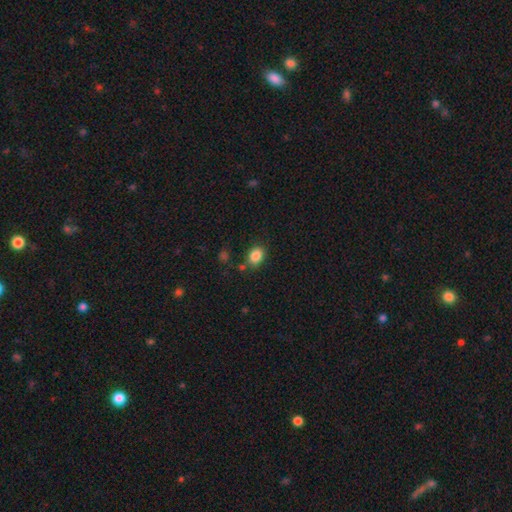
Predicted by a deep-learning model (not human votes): A smooth galaxy with no disk features (86%) that is in between round and cigar-shaped (62%).

Vote fractions:
- Smooth or featured? smooth: 86% / star or artifact: 9% / featured or disk: 5%
- How rounded? in between: 62% / round: 37% / cigar-shaped: 1%
- Merging? none: 79% / minor disturbance: 12% / merger: 5% / major disturbance: 4%